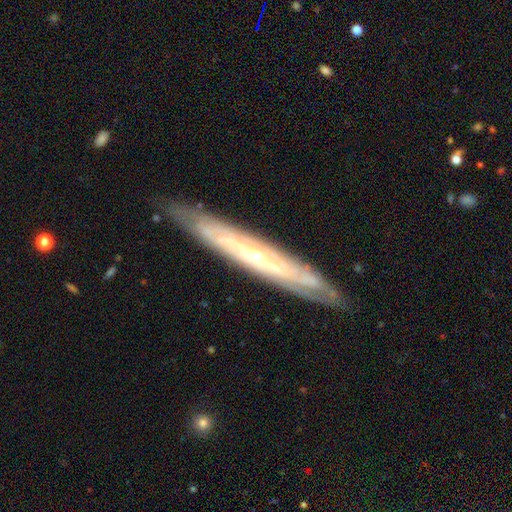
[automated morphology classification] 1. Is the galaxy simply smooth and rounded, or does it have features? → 78% featured or disk, 16% smooth, 6% star or artifact.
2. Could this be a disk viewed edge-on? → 62% yes, 38% no.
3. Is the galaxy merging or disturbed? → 84% none, 12% minor disturbance, 2% major disturbance, 1% merger.